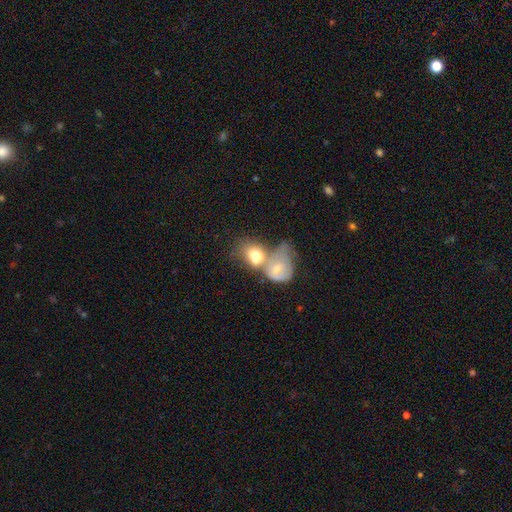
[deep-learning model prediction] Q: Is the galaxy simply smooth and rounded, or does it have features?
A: smooth — 70%.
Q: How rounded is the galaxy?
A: in between — 63%.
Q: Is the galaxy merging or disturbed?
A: merger — 67%.